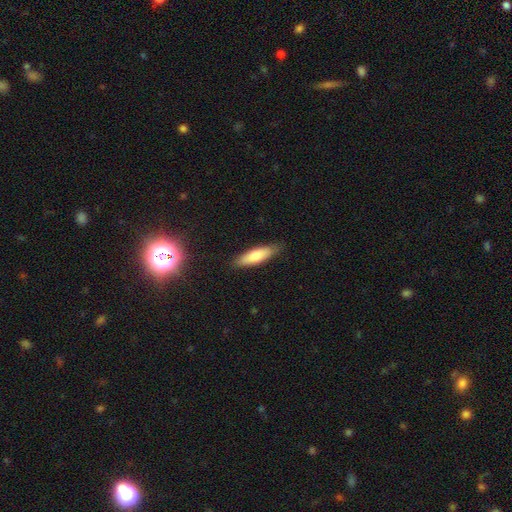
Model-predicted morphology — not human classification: Smooth or featured?
  - smooth: 73% *
  - featured or disk: 21%
  - star or artifact: 6%
How rounded?
  - cigar-shaped: 64% *
  - in between: 34%
  - round: 2%
Merging?
  - none: 86% *
  - minor disturbance: 11%
  - major disturbance: 2%
  - merger: 1%